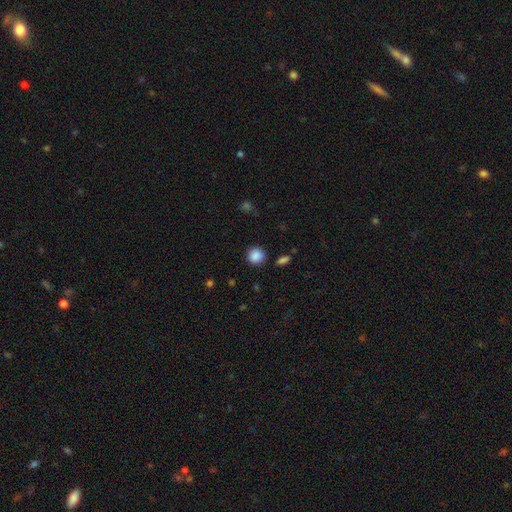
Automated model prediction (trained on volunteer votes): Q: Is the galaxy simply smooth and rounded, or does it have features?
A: smooth — 88%.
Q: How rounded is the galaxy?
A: round — 90%.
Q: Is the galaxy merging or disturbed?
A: none — 87%.